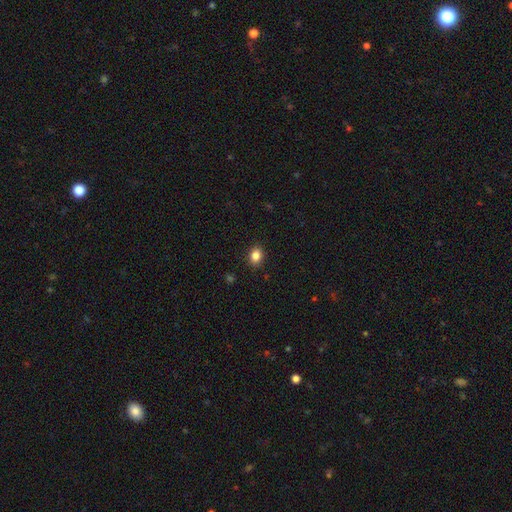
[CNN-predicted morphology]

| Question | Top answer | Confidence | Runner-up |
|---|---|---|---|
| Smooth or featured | smooth | 85% | star or artifact (10%) |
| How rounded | in between | 61% | round (38%) |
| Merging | none | 90% | minor disturbance (7%) |